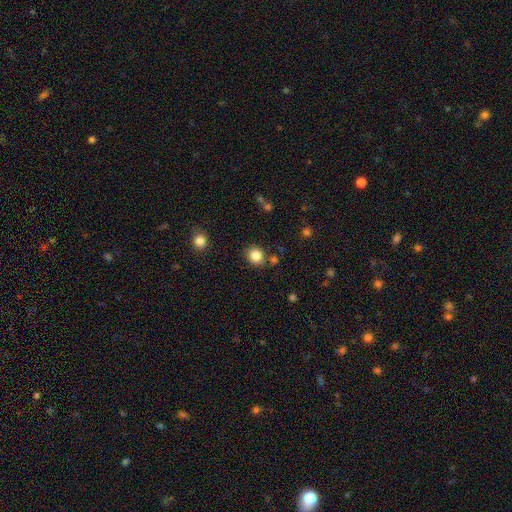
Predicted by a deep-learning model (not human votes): The model was most divided on "how rounded": round: 80%, in between: 19%, cigar-shaped: 1%. More confident: smooth or featured — smooth (85%); merging — none (83%).